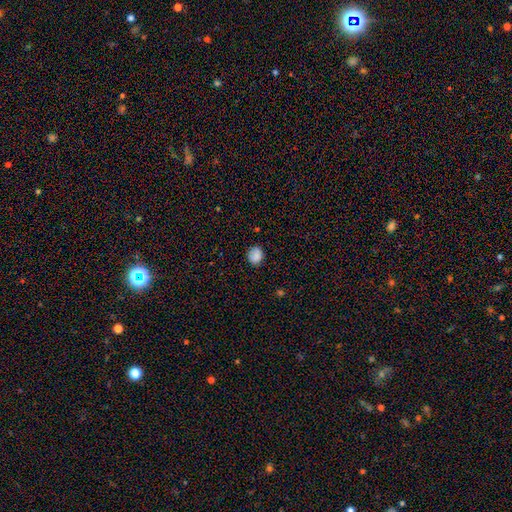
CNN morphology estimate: A smooth galaxy with no disk features (84%) that is round (64%). Merging: none (78%).